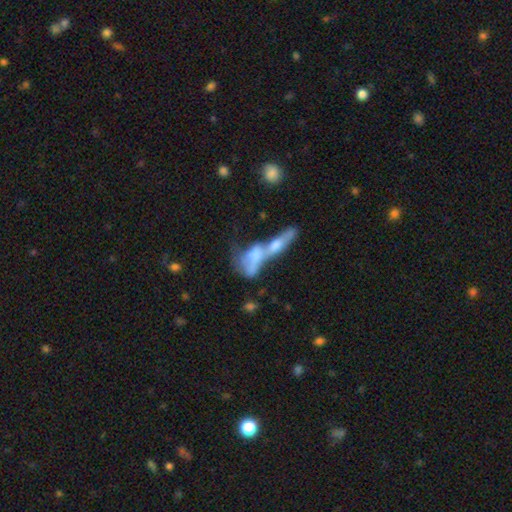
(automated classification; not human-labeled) This is possibly a featured or disk galaxy (46%). Merging: likely merger (66%).